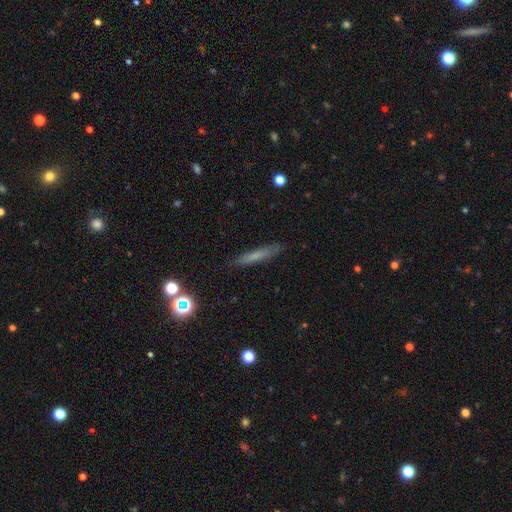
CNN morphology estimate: Smooth or featured? smooth (64%)
How rounded? cigar-shaped (91%)
Merging? none (85%)